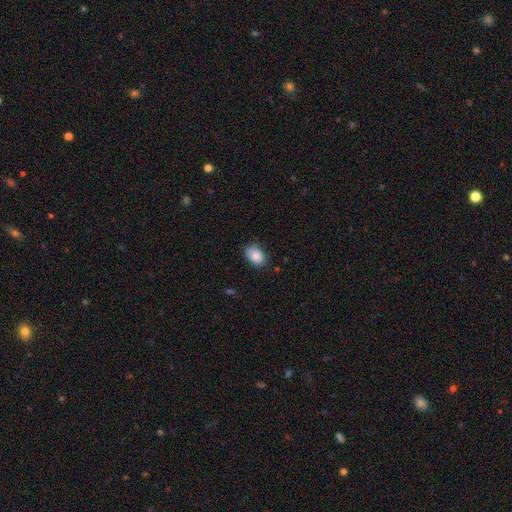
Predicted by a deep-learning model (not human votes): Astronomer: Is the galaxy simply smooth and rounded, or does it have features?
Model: smooth — 87%.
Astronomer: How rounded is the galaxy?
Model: in between — 81%.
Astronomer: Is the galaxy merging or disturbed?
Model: none — 79%.